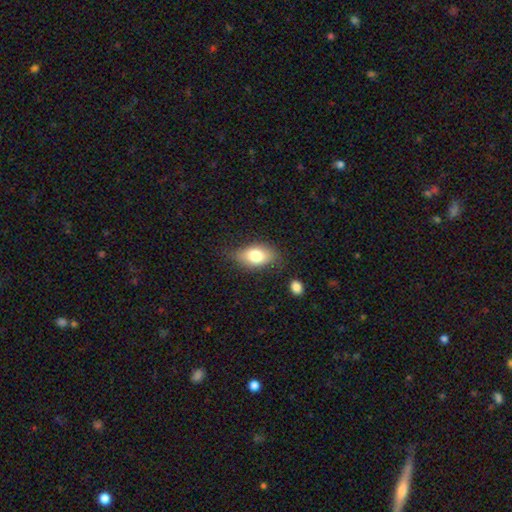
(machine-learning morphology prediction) Smooth or featured: smooth — 76% (featured or disk — 16%)
How rounded: in between — 88% (round — 8%)
Merging: none — 71% (minor disturbance — 21%)